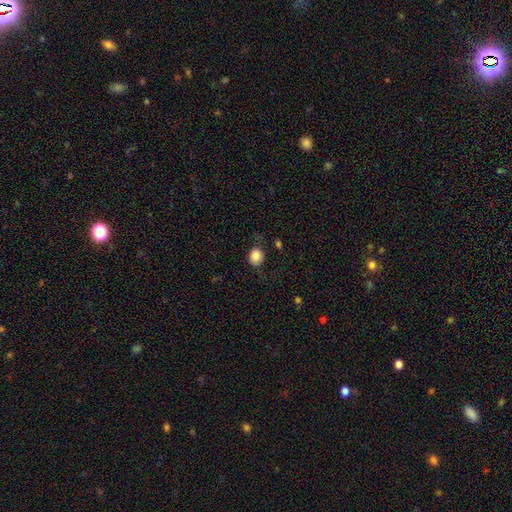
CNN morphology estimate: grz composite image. It shows a smooth galaxy with no disk features (83%) that is round (69%). Merging: none (71%).